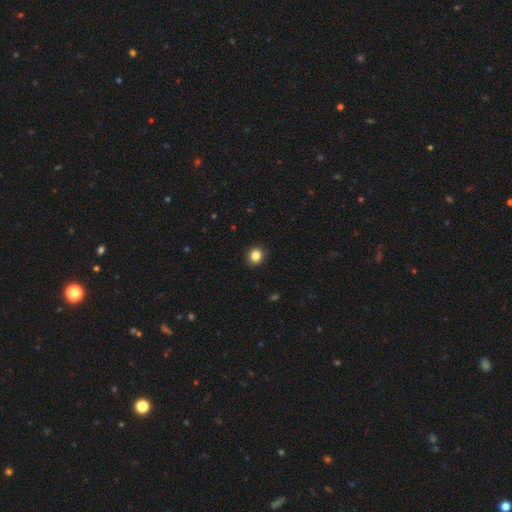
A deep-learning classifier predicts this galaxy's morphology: This appears to be a smooth galaxy with no disk features (85%) that is round (83%). Merging: none (92%).